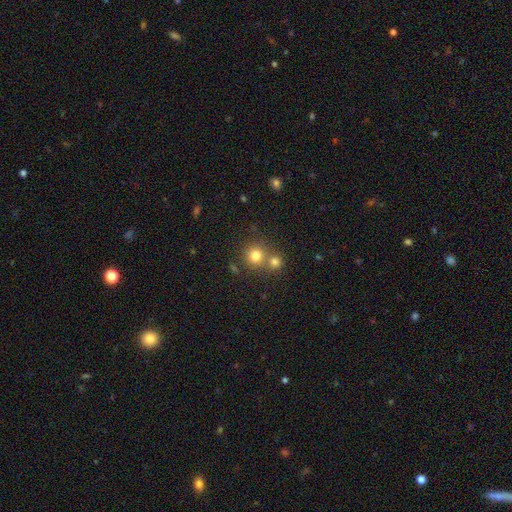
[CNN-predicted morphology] Smooth or featured? smooth (79%)
How rounded? round (91%)
Merging? none (61%)